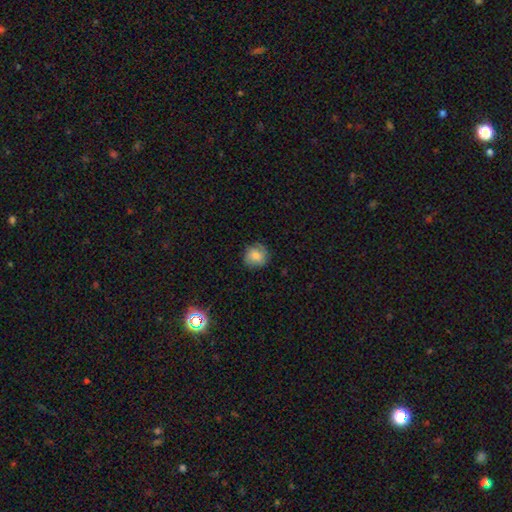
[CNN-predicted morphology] smooth 74%, featured or disk 17%, star or artifact 9%. Down the decision tree: how rounded — round (86%); merging — none (79%).